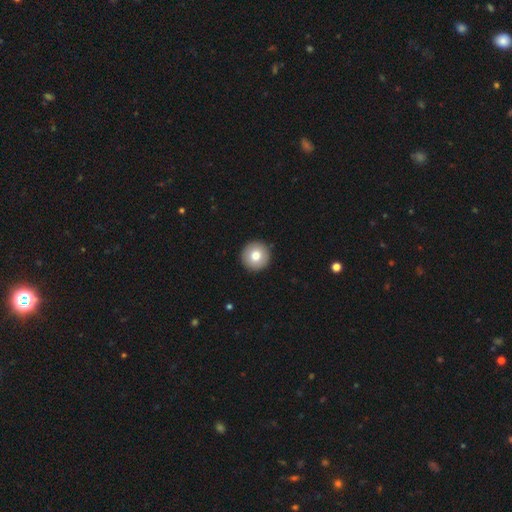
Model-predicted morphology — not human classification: smooth 80%, featured or disk 13%, star or artifact 8%. Down the decision tree: how rounded — round (95%); merging — none (93%).